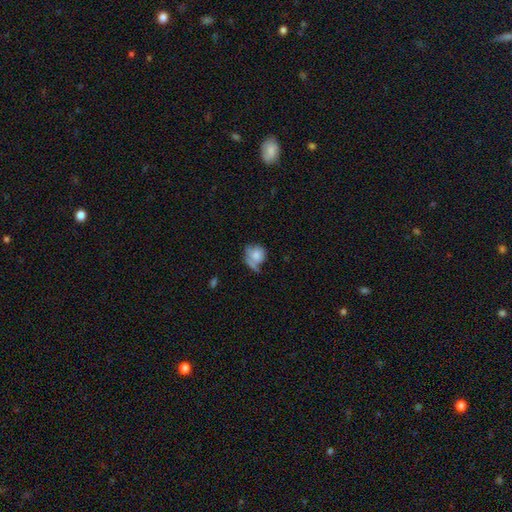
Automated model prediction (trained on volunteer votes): Overall: smooth (72%). How rounded: round (76%). Merging: none (40%; minor disturbance 25%).